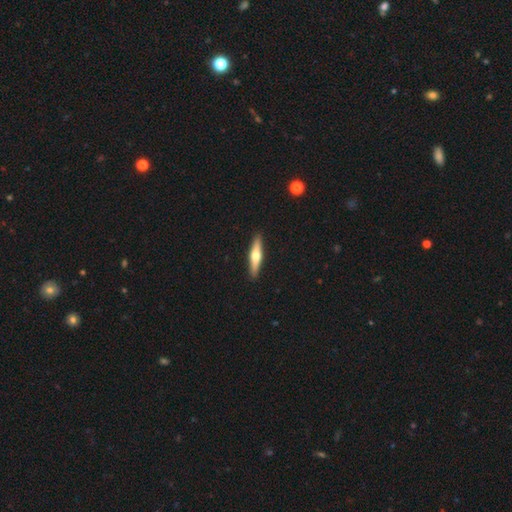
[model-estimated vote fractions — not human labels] Smooth or featured? Predicted: featured or disk (p=0.55). Edge-on disk? Predicted: yes (p=0.95). Edge-on bulge? Predicted: rounded (p=0.93). Merging? Predicted: none (p=0.92).